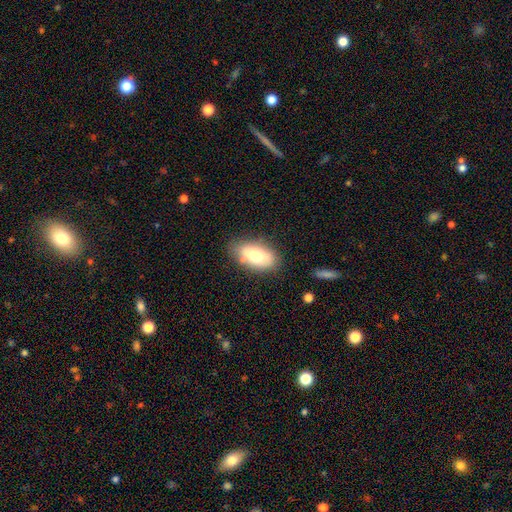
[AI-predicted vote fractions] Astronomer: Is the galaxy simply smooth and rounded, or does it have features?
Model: smooth — 72%.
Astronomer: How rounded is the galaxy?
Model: in between — 90%.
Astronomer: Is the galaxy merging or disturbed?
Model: none — 74%.